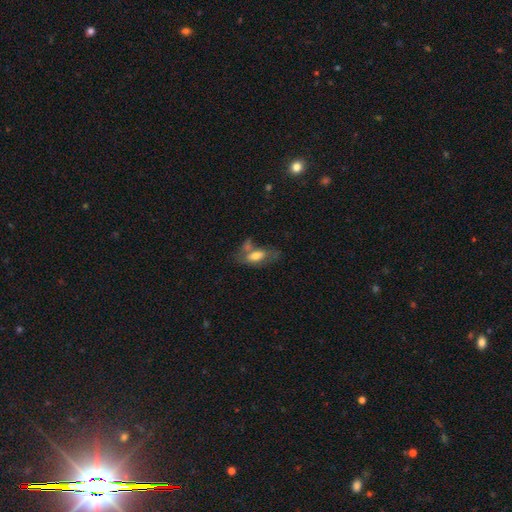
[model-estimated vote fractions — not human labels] smooth_or_featured: smooth (p=0.61) [alt: featured or disk p=0.31]
how_rounded: in between (p=0.83) [alt: cigar-shaped p=0.12]
merging: none (p=0.37) [alt: merger p=0.30]